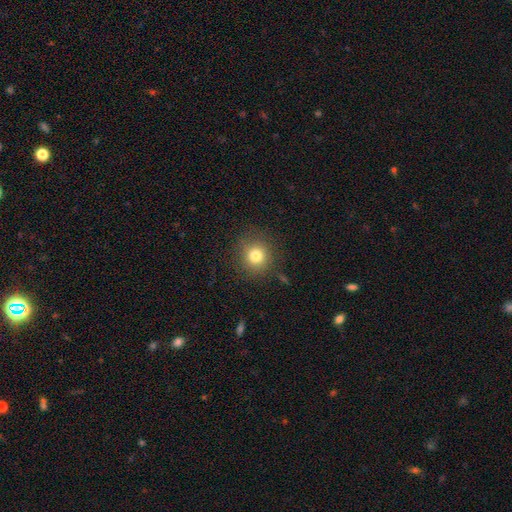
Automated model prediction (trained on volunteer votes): This is likely a smooth galaxy (80%). How rounded: clearly round (91%). Merging: clearly none (85%).